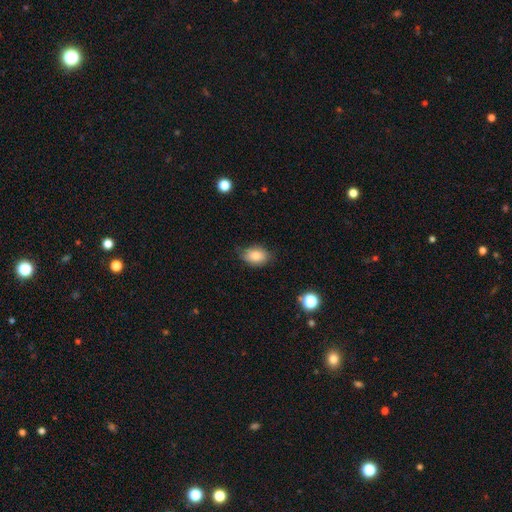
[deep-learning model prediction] Smooth or featured: smooth — 84% (star or artifact — 8%)
How rounded: in between — 84% (round — 14%)
Merging: none — 75% (minor disturbance — 20%)